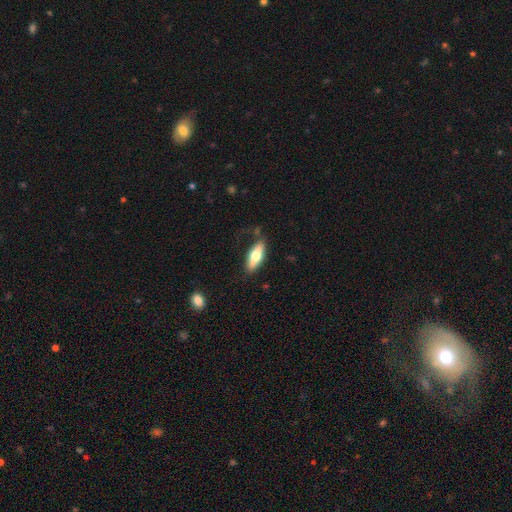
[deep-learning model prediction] Smooth or featured? smooth (62%)
How rounded? in between (59%)
Merging? none (78%)